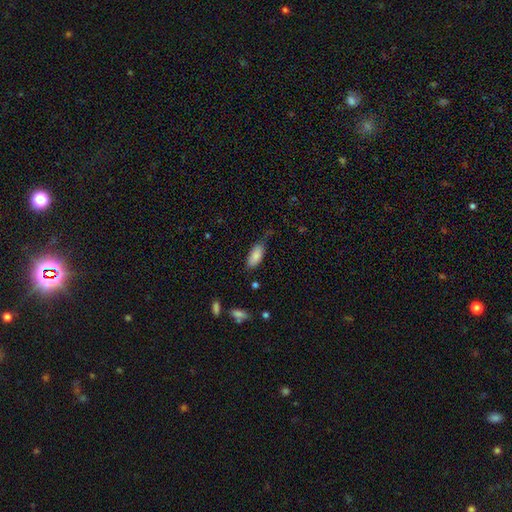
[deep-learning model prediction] Morphology: type=smooth (86%); roundness=in between (87%); merging=none (52%).